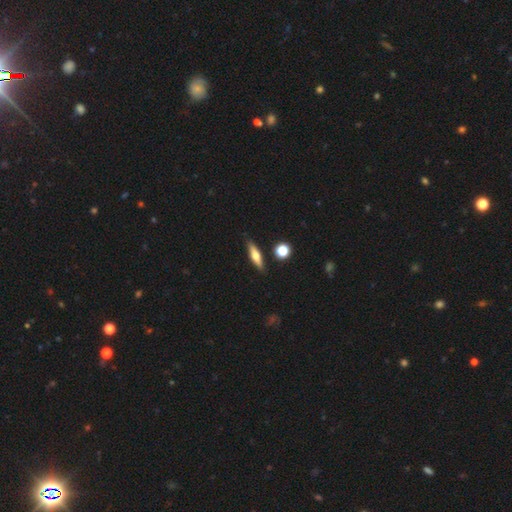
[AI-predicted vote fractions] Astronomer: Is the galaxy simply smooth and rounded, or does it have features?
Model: smooth — 47% (runner-up: featured or disk, 45%).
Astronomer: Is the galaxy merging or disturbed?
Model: none — 86%.